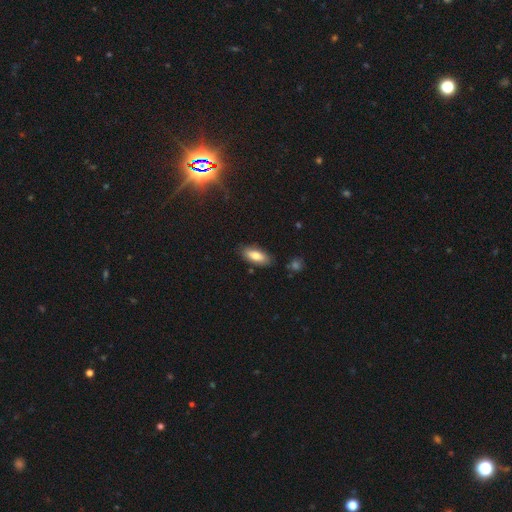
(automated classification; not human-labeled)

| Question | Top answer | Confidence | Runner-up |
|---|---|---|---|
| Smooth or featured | smooth | 78% | featured or disk (15%) |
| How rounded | in between | 84% | cigar-shaped (14%) |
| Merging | none | 83% | minor disturbance (13%) |